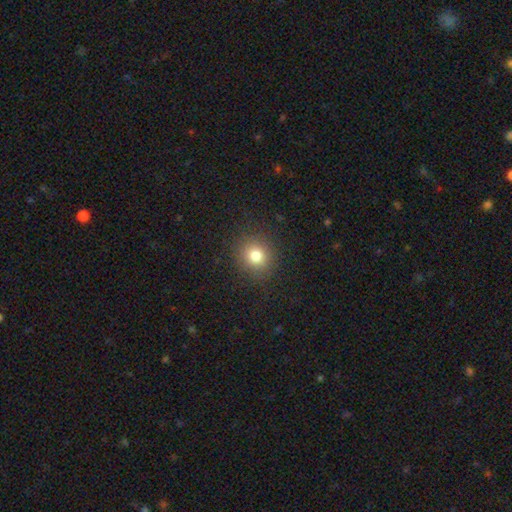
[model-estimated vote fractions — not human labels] A smooth galaxy with no disk features (79%) that is round (89%).

Vote fractions:
- Smooth or featured? smooth: 79% / star or artifact: 14% / featured or disk: 7%
- How rounded? round: 89% / in between: 10% / cigar-shaped: 1%
- Merging? none: 89% / minor disturbance: 7% / major disturbance: 3% / merger: 1%